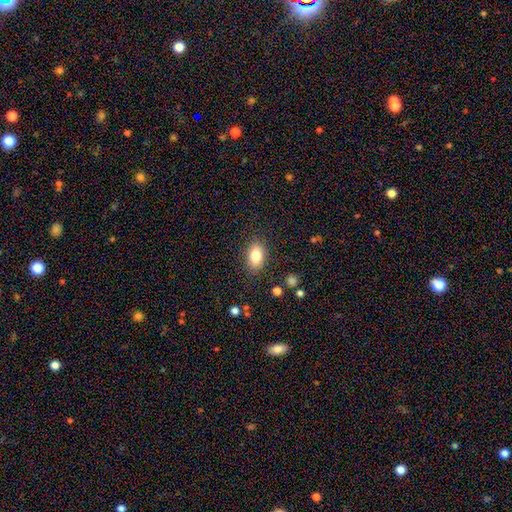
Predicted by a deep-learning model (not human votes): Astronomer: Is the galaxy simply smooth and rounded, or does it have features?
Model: smooth — 82%.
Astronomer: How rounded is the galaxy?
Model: in between — 85%.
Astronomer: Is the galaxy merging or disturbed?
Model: none — 85%.